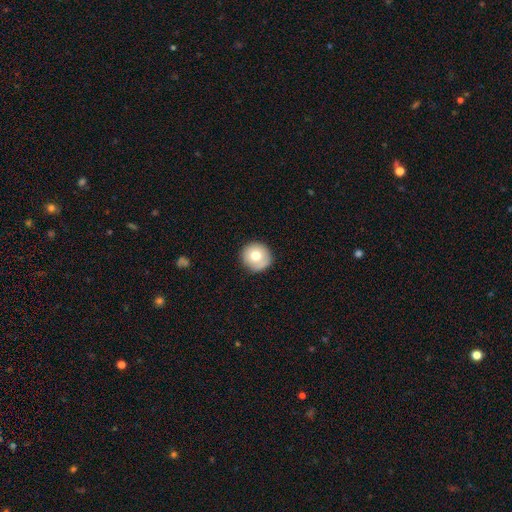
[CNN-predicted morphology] The model was most divided on "smooth or featured": smooth: 74%, featured or disk: 18%, star or artifact: 9%. More confident: how rounded — round (94%); merging — none (86%).